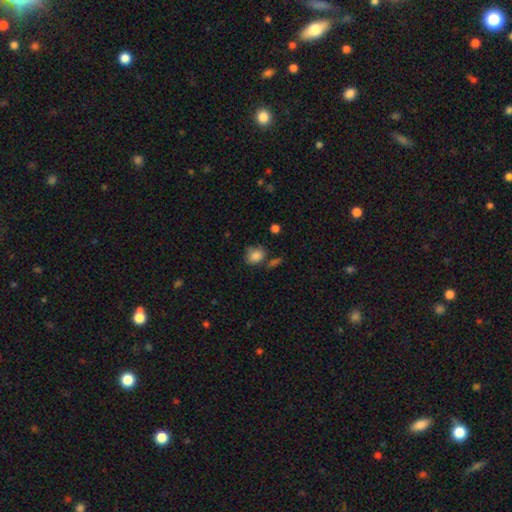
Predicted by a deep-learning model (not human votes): This appears to be a smooth galaxy with no disk features (84%) that is round (50%). Merging: none (58%).